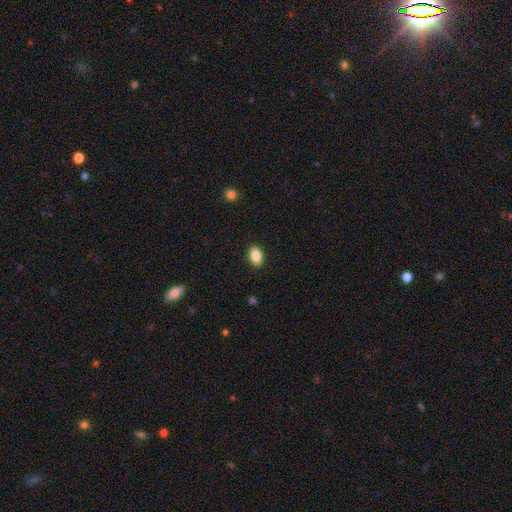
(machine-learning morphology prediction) Overall: smooth (87%). How rounded: in between (89%). Merging: none (89%).